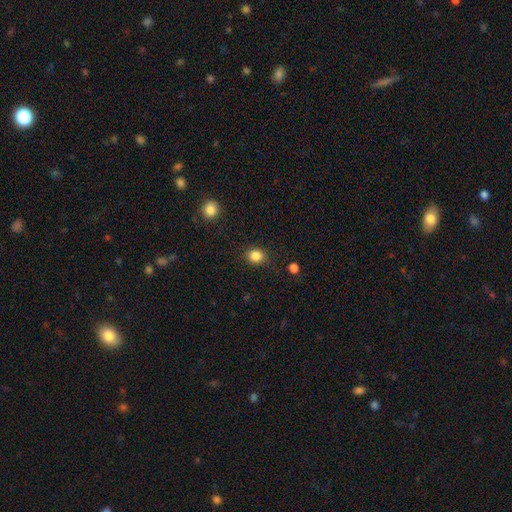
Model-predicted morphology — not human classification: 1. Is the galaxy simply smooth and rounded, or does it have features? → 85% smooth, 11% star or artifact, 4% featured or disk.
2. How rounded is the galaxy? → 65% round, 34% in between, 1% cigar-shaped.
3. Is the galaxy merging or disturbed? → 85% none, 10% minor disturbance, 3% major disturbance, 2% merger.